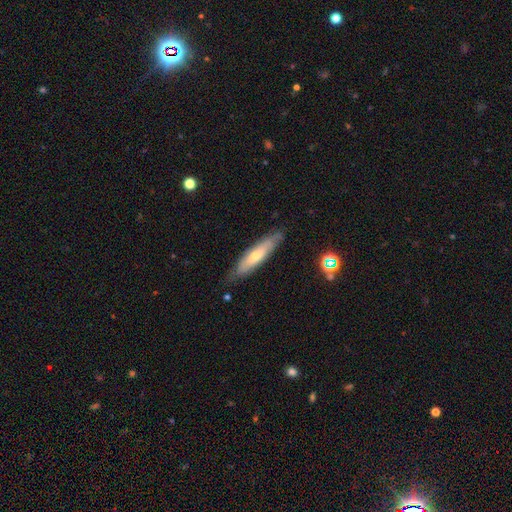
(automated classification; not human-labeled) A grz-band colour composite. It shows a smooth galaxy with no disk features (49%). Merging: none (80%).